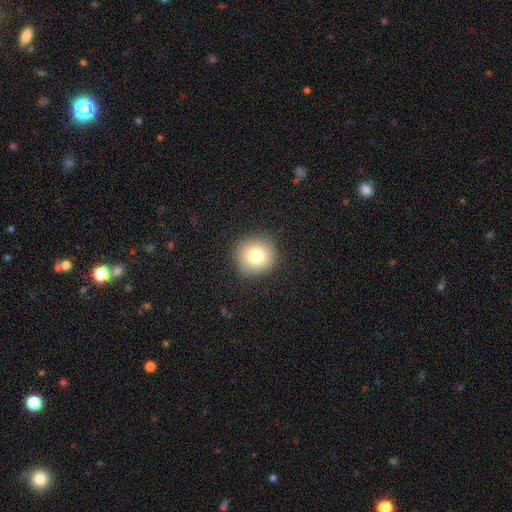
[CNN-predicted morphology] Smooth or featured? Predicted: smooth (p=0.76). How rounded? Predicted: round (p=0.93). Merging? Predicted: none (p=0.88).